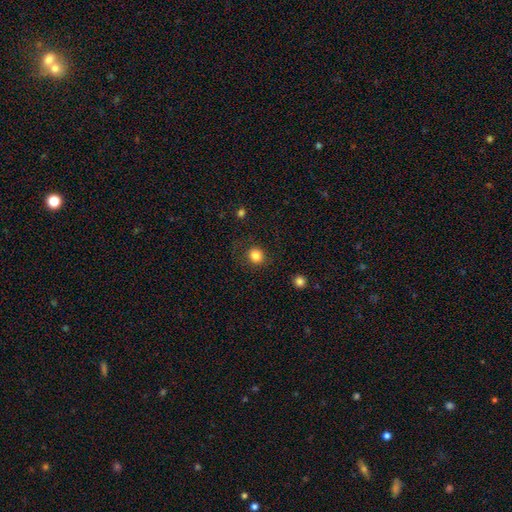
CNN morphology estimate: smooth_or_featured: smooth (p=0.84) [alt: star or artifact p=0.11]
how_rounded: round (p=0.87) [alt: in between p=0.12]
merging: none (p=0.84) [alt: minor disturbance p=0.10]